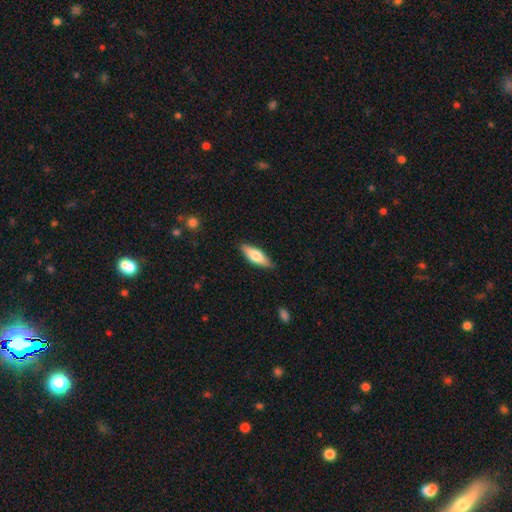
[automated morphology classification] smooth 65%, featured or disk 29%, star or artifact 5%. Down the decision tree: how rounded — in between (56%); merging — none (86%).